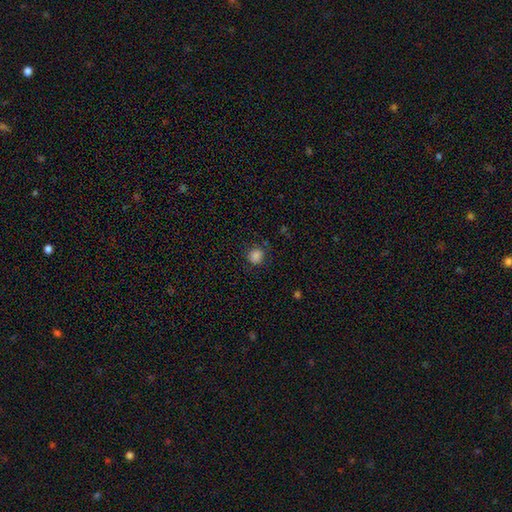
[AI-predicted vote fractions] smooth_or_featured: smooth (p=0.83) [alt: star or artifact p=0.12]
how_rounded: round (p=0.85) [alt: in between p=0.14]
merging: none (p=0.80) [alt: minor disturbance p=0.14]